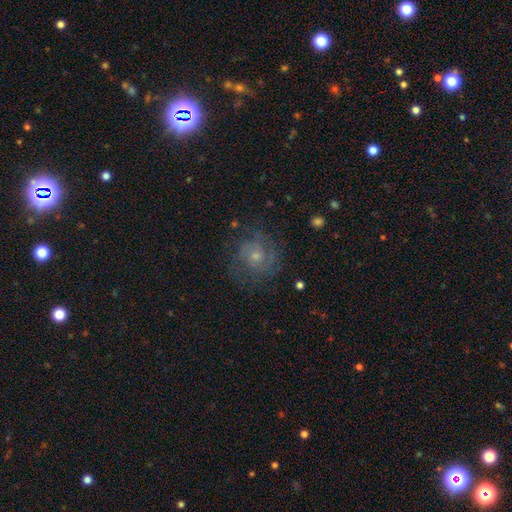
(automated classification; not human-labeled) This appears to be a featured or disk galaxy (60%) with no bar (76%), spiral arms (83%) and a moderate central bulge (48%). Merging: none (71%).